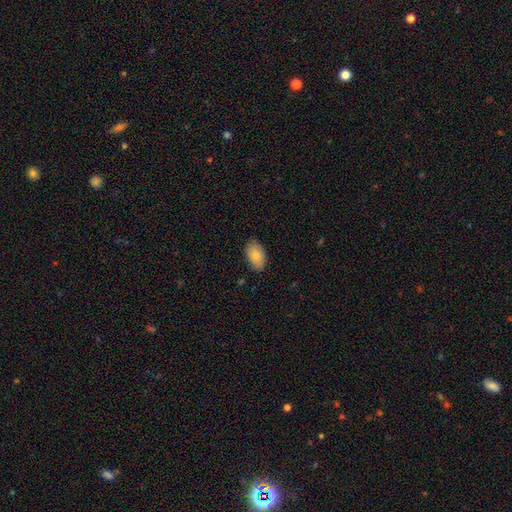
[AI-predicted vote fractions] Smooth or featured: smooth — 81% (featured or disk — 13%)
How rounded: in between — 91% (round — 8%)
Merging: none — 80% (minor disturbance — 16%)